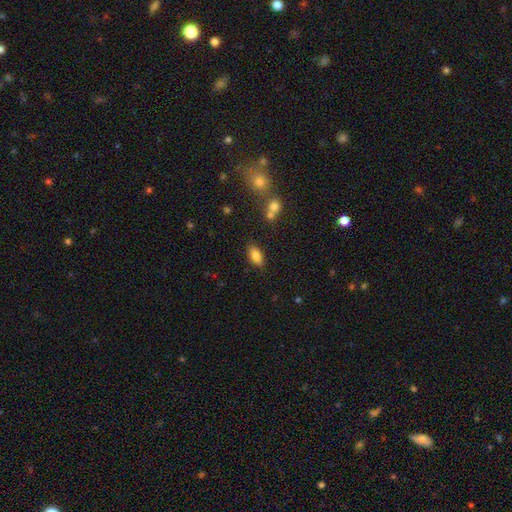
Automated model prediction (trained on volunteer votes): Q: Smooth or featured?
A: smooth (81%); runner-up: featured or disk (11%)
Q: How rounded?
A: in between (88%); runner-up: cigar-shaped (8%)
Q: Merging?
A: none (82%); runner-up: minor disturbance (12%)